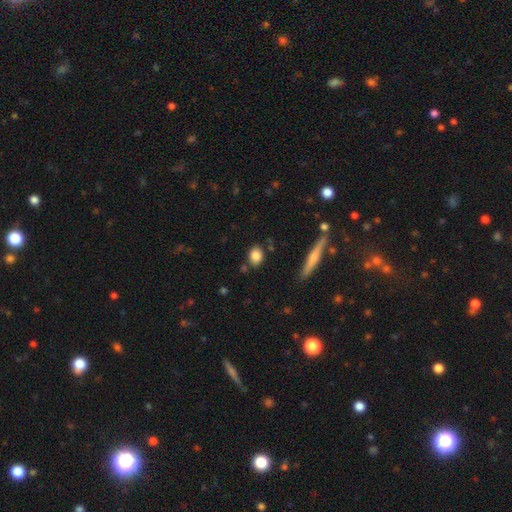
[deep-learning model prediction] Smooth or featured? Predicted: smooth (p=0.84). How rounded? Predicted: in between (p=0.61). Merging? Predicted: none (p=0.80).